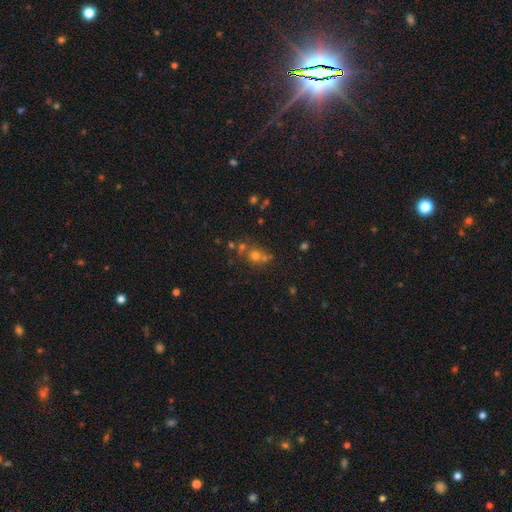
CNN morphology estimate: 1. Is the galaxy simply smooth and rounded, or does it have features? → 56% smooth, 29% star or artifact, 15% featured or disk.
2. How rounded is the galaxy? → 82% round, 17% in between, 1% cigar-shaped.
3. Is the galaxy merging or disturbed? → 59% none, 26% merger, 11% minor disturbance, 5% major disturbance.